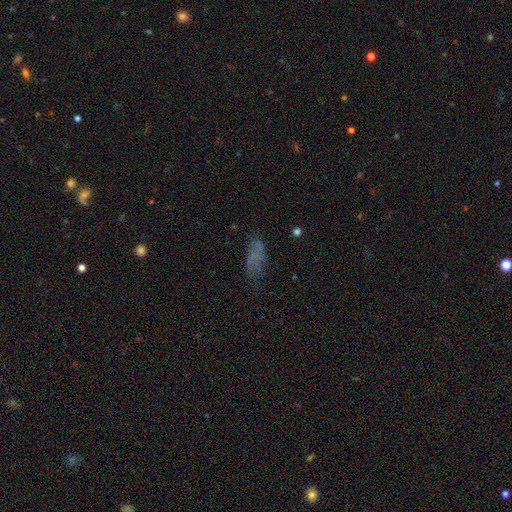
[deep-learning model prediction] Smooth or featured?
  - smooth: 54% *
  - featured or disk: 27%
  - star or artifact: 19%
How rounded?
  - in between: 71% *
  - cigar-shaped: 25%
  - round: 4%
Merging?
  - none: 47% *
  - minor disturbance: 25%
  - major disturbance: 23%
  - merger: 5%